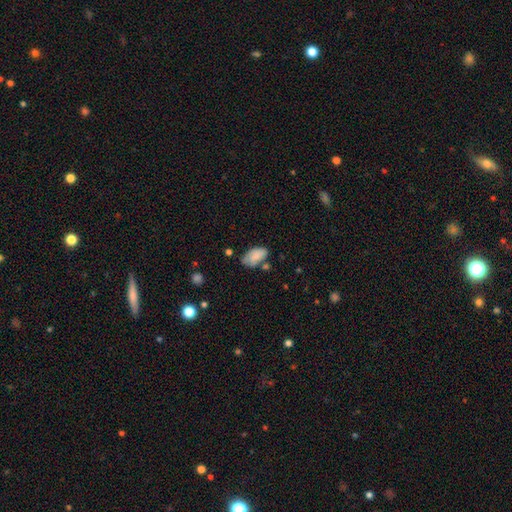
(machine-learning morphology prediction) smooth_or_featured: smooth (p=0.79) [alt: featured or disk p=0.13]
how_rounded: in between (p=0.93) [alt: round p=0.05]
merging: none (p=0.51) [alt: minor disturbance p=0.29]